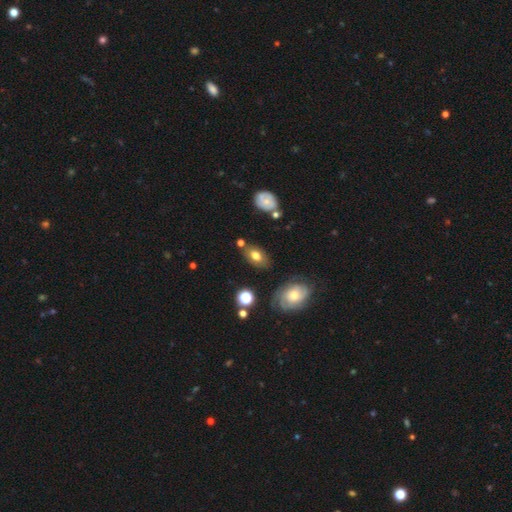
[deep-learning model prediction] Q: Smooth or featured?
A: smooth (68%); runner-up: featured or disk (21%)
Q: How rounded?
A: in between (86%); runner-up: round (12%)
Q: Merging?
A: none (75%); runner-up: minor disturbance (15%)